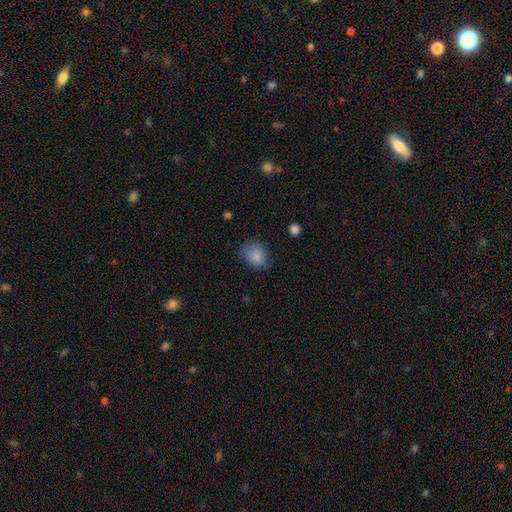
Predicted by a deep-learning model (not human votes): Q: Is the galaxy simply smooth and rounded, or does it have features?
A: smooth — 82%.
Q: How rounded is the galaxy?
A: in between — 57%.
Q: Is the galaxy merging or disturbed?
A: none — 58%.